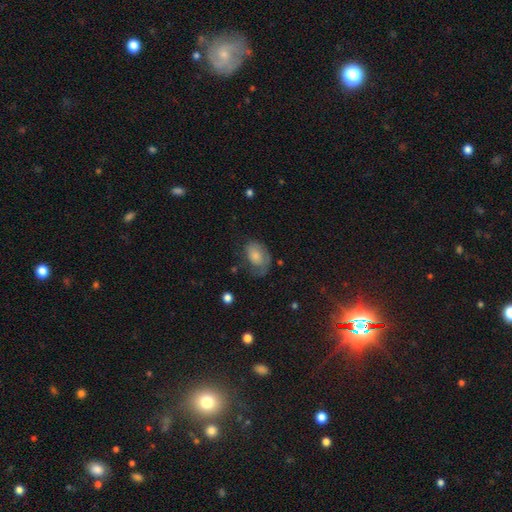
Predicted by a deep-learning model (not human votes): Smooth or featured: smooth — 67% (featured or disk — 25%)
How rounded: in between — 83% (round — 16%)
Merging: none — 39% (minor disturbance — 31%)